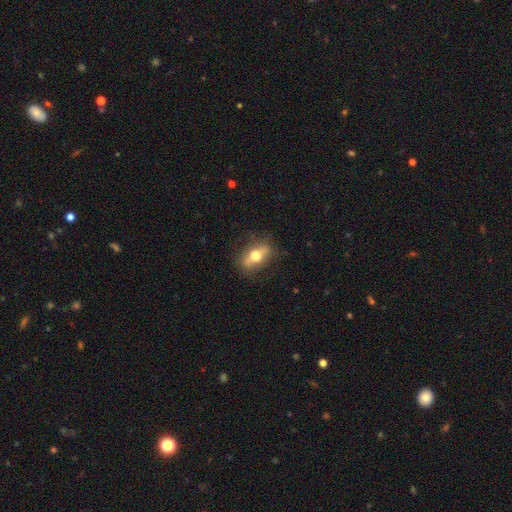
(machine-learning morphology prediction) Overall: smooth (46%, tied with featured or disk). Merging: none (81%).